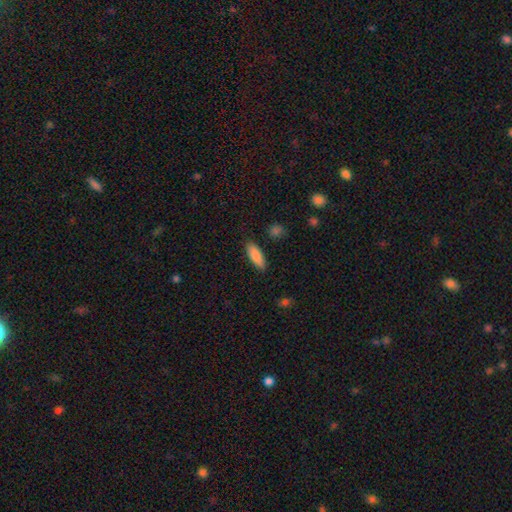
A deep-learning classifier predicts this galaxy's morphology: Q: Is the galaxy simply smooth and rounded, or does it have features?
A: smooth — 85%.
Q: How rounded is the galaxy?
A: in between — 65%.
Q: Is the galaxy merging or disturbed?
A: none — 87%.